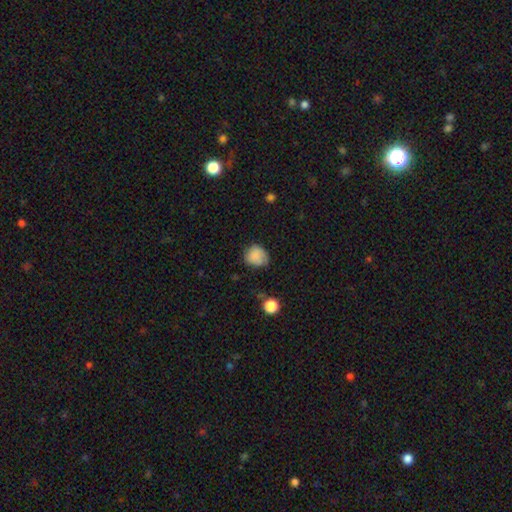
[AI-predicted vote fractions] Smooth or featured: smooth — 82% (featured or disk — 9%)
How rounded: round — 75% (in between — 24%)
Merging: none — 61% (minor disturbance — 30%)